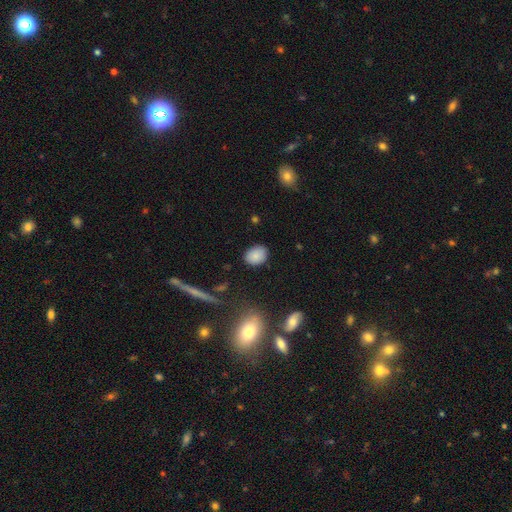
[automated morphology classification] A smooth galaxy with no disk features (84%) that is in between round and cigar-shaped (65%).

Vote fractions:
- Smooth or featured? smooth: 84% / star or artifact: 10% / featured or disk: 6%
- How rounded? in between: 65% / round: 33% / cigar-shaped: 1%
- Merging? none: 85% / minor disturbance: 11% / major disturbance: 3% / merger: 2%